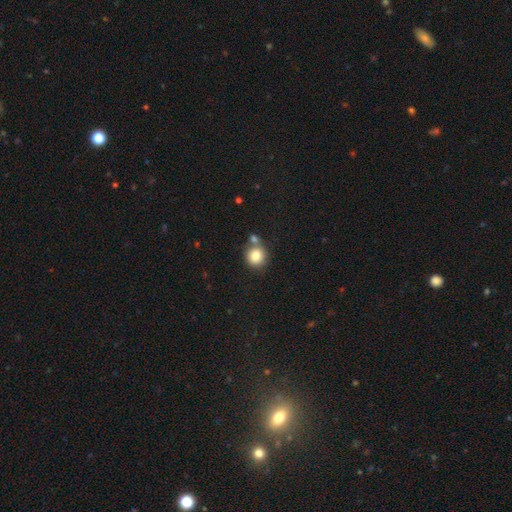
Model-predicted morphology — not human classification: smooth_or_featured: smooth (p=0.83) [alt: star or artifact p=0.10]
how_rounded: round (p=0.89) [alt: in between p=0.10]
merging: none (p=0.62) [alt: merger p=0.24]